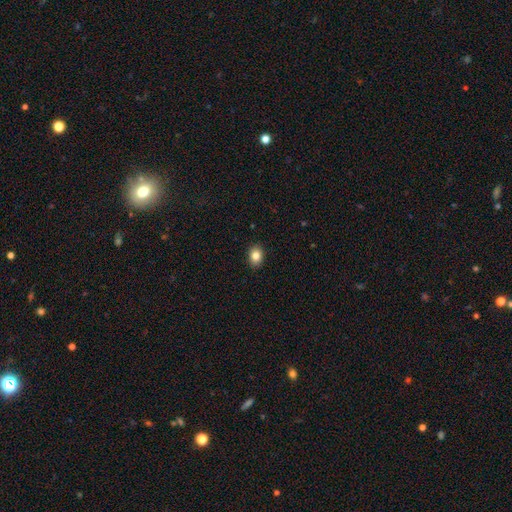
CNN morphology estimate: This appears to be a smooth galaxy with no disk features (84%) that is in between round and cigar-shaped (61%). Merging: none (90%).